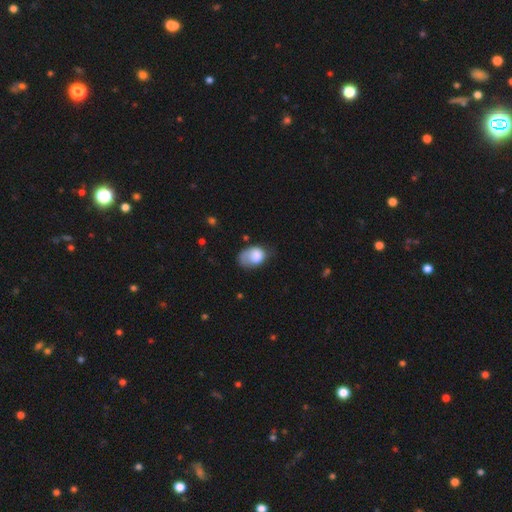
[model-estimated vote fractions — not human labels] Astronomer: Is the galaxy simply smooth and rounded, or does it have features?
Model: smooth — 72%.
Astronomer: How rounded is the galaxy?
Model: in between — 77%.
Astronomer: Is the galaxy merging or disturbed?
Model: none — 34%, tied with minor disturbance at 34%.